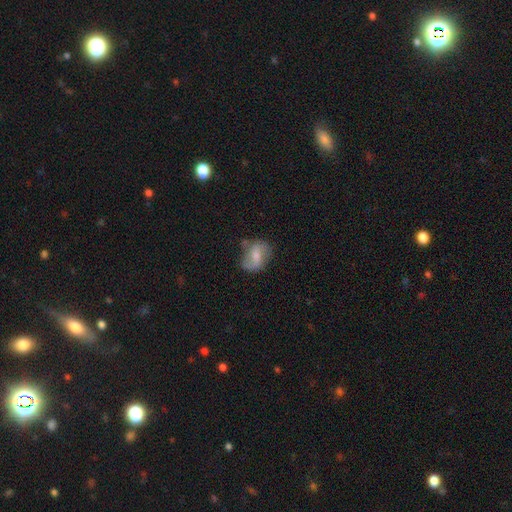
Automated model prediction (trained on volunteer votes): smooth-or-featured: smooth: 50% | featured or disk: 42% | star or artifact: 8%
  how-rounded: in between: 70% | round: 28% | cigar-shaped: 2%
  merging: none: 56% | minor disturbance: 28% | major disturbance: 11% | merger: 5%